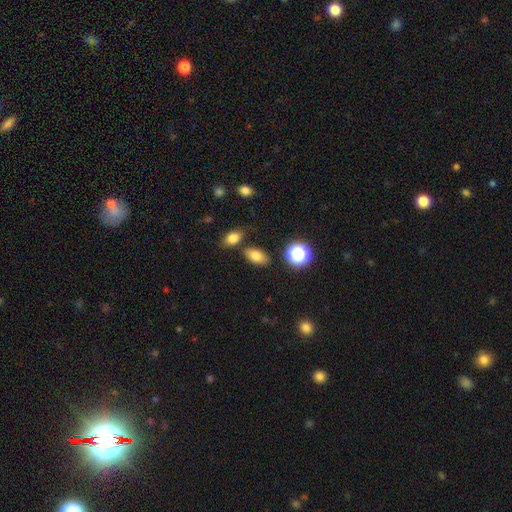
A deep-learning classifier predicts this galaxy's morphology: type=smooth (79%); roundness=in between (88%); merging=none (79%).